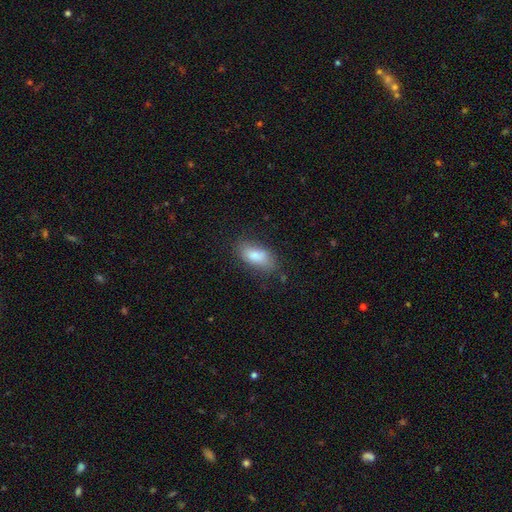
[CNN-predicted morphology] The model was most divided on "merging": none: 69%, minor disturbance: 22%, major disturbance: 6%, merger: 2%. More confident: how rounded — in between (87%); smooth or featured — smooth (81%).